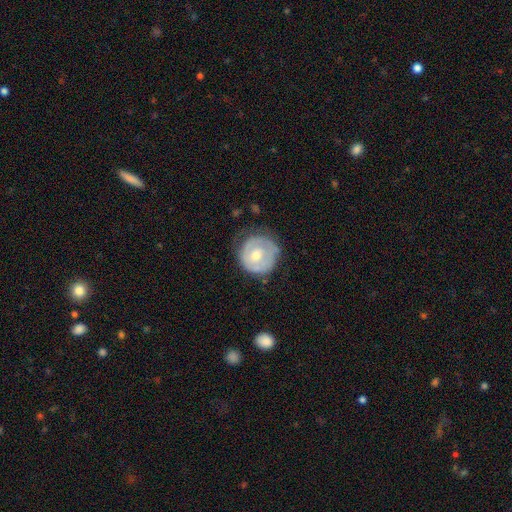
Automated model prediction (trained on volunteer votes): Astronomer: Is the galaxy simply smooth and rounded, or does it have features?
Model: featured or disk — 55% (runner-up: smooth, 40%).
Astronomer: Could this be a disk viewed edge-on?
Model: no — 97%.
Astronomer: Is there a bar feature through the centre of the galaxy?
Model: no — 73%.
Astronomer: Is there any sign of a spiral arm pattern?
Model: no — 54% (runner-up: yes, 46%).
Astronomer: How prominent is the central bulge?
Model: moderate — 67%.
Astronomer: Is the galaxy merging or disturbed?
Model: none — 64%.